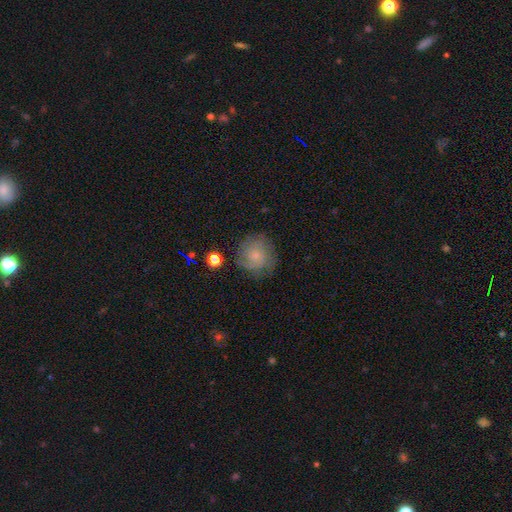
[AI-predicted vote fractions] A smooth galaxy with no disk features (51%) that is round (89%).

Vote fractions:
- Smooth or featured? smooth: 51% / featured or disk: 39% / star or artifact: 10%
- How rounded? round: 89% / in between: 10% / cigar-shaped: 1%
- Merging? none: 71% / minor disturbance: 19% / major disturbance: 8% / merger: 2%